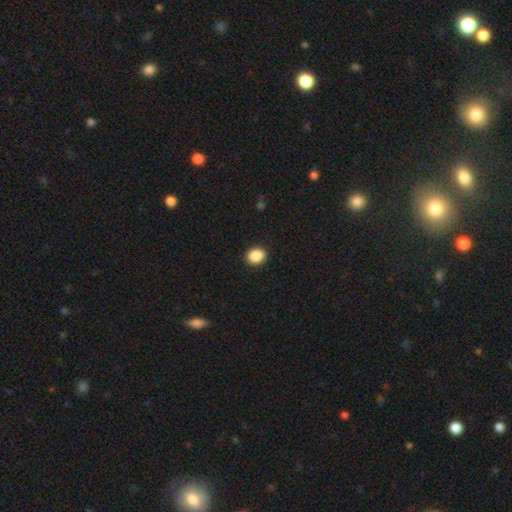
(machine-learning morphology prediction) A smooth galaxy with no disk features (89%) that is round (62%). Merging: none (92%).